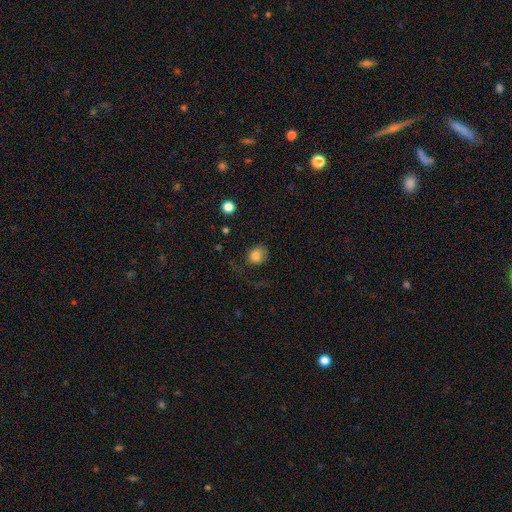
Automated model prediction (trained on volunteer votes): Q: Smooth or featured?
A: smooth (81%); runner-up: star or artifact (11%)
Q: How rounded?
A: round (71%); runner-up: in between (28%)
Q: Merging?
A: none (56%); runner-up: minor disturbance (23%)